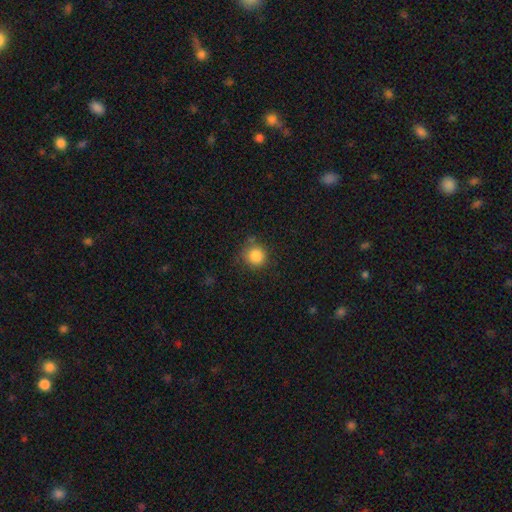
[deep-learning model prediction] smooth_or_featured: smooth (p=0.86) [alt: star or artifact p=0.10]
how_rounded: round (p=0.91) [alt: in between p=0.08]
merging: none (p=0.76) [alt: minor disturbance p=0.16]